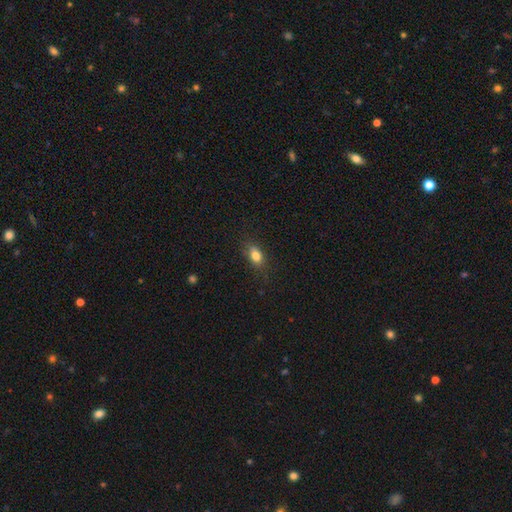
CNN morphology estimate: This appears to be a smooth galaxy with no disk features (81%) that is in between round and cigar-shaped (75%). Merging: none (78%).